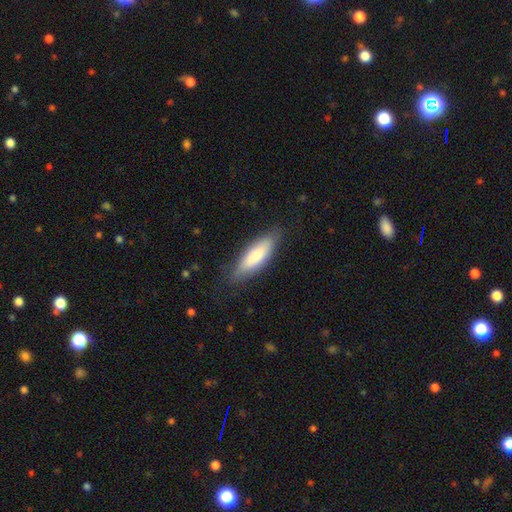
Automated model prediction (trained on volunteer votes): Smooth or featured? Predicted: smooth (p=0.79). How rounded? Predicted: in between (p=0.52). Merging? Predicted: none (p=0.79).